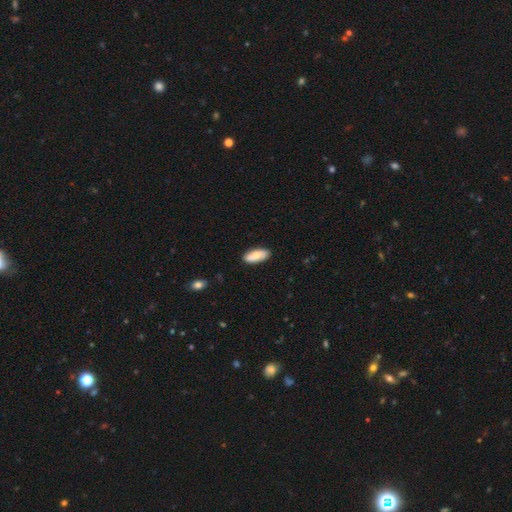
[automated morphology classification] The model was most divided on "smooth or featured": smooth: 74%, featured or disk: 20%, star or artifact: 6%. More confident: merging — none (85%); how rounded — in between (85%).